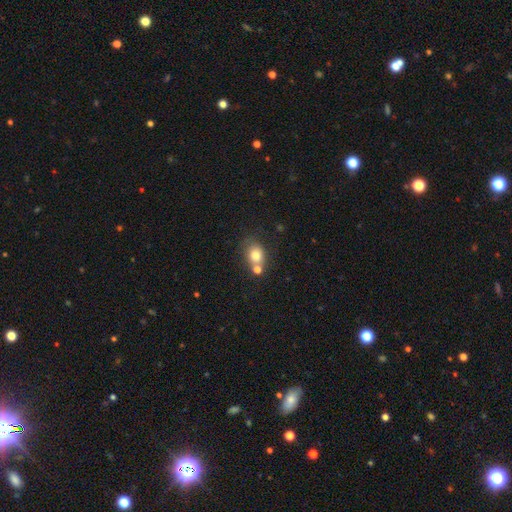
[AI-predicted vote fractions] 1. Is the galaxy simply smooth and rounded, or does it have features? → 77% smooth, 12% featured or disk, 11% star or artifact.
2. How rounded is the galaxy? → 54% round, 45% in between, 1% cigar-shaped.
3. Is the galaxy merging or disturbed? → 49% none, 34% merger, 12% minor disturbance, 4% major disturbance.